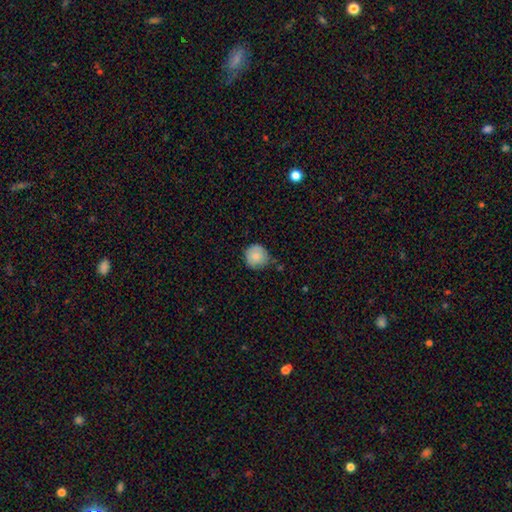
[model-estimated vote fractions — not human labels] Overall: smooth (81%). How rounded: round (92%). Merging: none (70%).